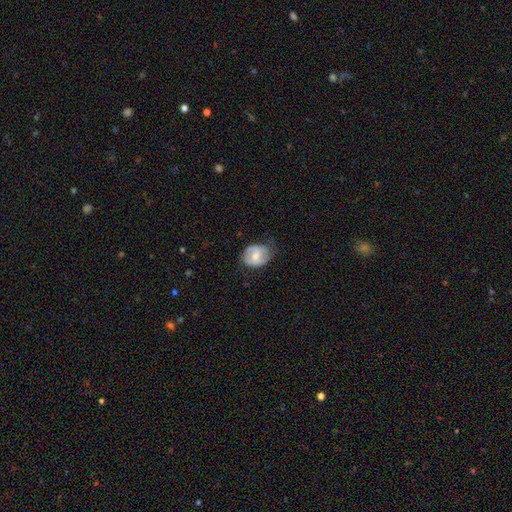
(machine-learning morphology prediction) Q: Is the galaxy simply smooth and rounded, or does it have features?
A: featured or disk — 48%.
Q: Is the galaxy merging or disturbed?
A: none — 56%.